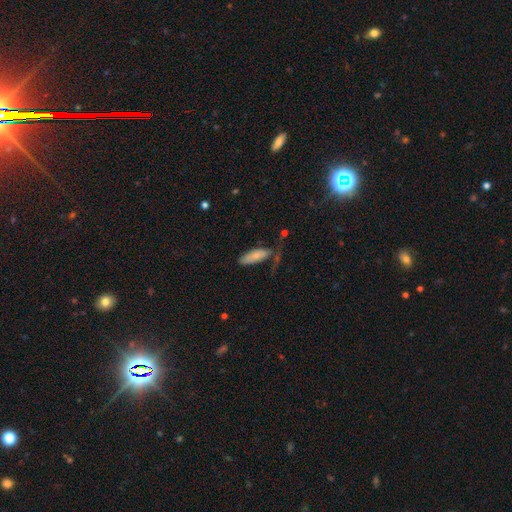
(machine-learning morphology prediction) Overall: smooth (74%). How rounded: in between (70%). Merging: none (39%; minor disturbance 28%).